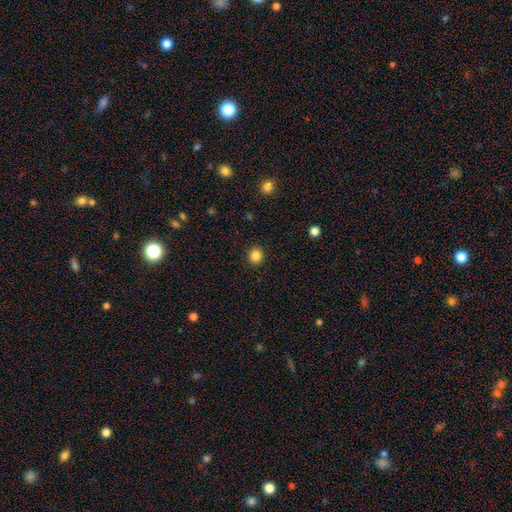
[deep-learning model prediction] smooth-or-featured: smooth: 85% | star or artifact: 11% | featured or disk: 4%
  how-rounded: round: 86% | in between: 13% | cigar-shaped: 1%
  merging: none: 92% | minor disturbance: 6% | major disturbance: 2% | merger: 1%